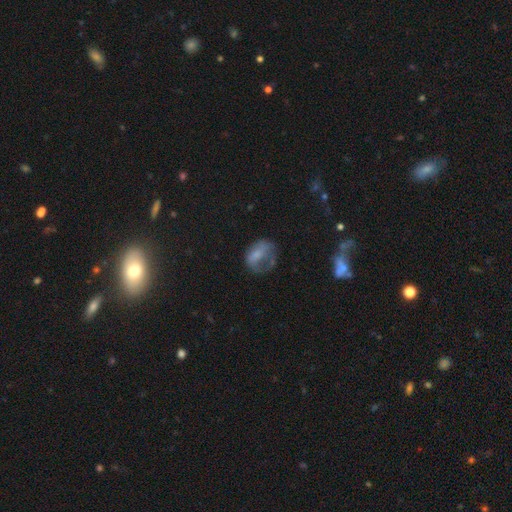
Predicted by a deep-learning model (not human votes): Smooth or featured?
  - smooth: 47% *
  - featured or disk: 34%
  - star or artifact: 19%
Merging?
  - major disturbance: 37% *
  - none: 35%
  - minor disturbance: 24%
  - merger: 3%